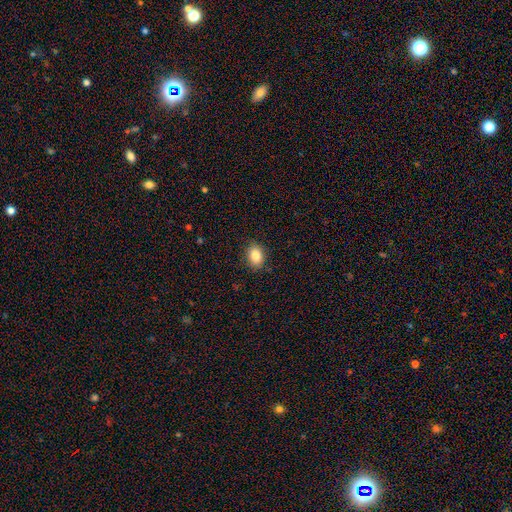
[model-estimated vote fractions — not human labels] Smooth or featured? Predicted: smooth (p=0.85). How rounded? Predicted: in between (p=0.69). Merging? Predicted: none (p=0.88).